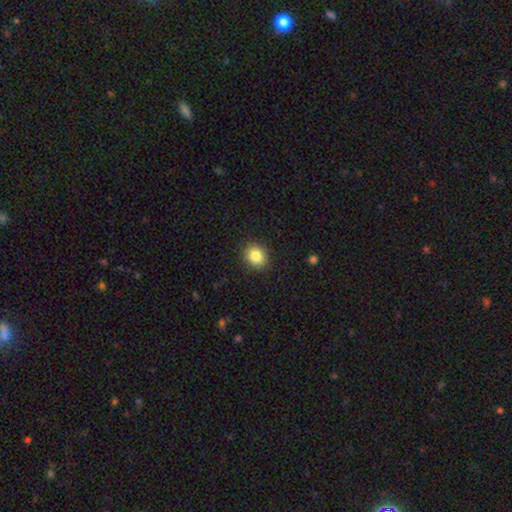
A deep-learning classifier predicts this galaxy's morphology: smooth 84%, star or artifact 9%, featured or disk 6%. Down the decision tree: how rounded — round (59%); merging — none (89%).